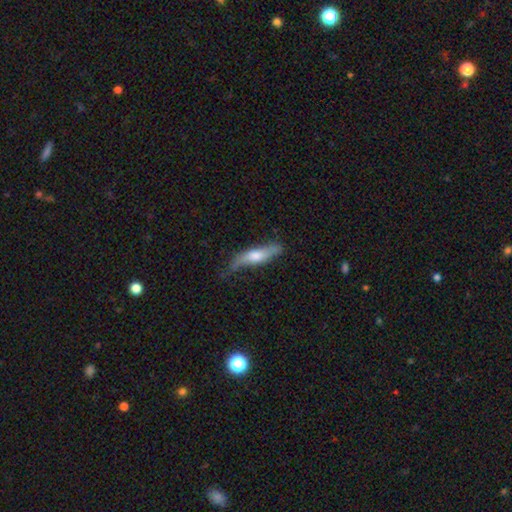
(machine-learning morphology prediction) Q: Smooth or featured?
A: featured or disk (54%); runner-up: smooth (40%)
Q: Edge-on disk?
A: yes (73%); runner-up: no (27%)
Q: Merging?
A: none (62%); runner-up: minor disturbance (28%)